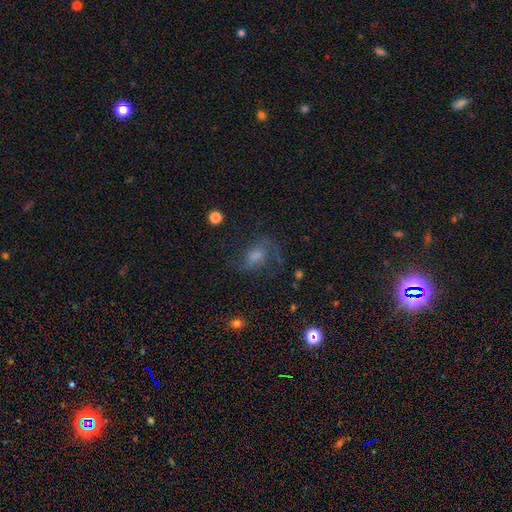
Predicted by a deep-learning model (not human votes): Overall: featured or disk (55%; smooth 27%). Edge-on disk: no (96%). Bar: no (51%; weak 40%). Spiral arms: yes (84%). Bulge size: moderate (41%; small 24%). Merging: none (56%; major disturbance 22%).